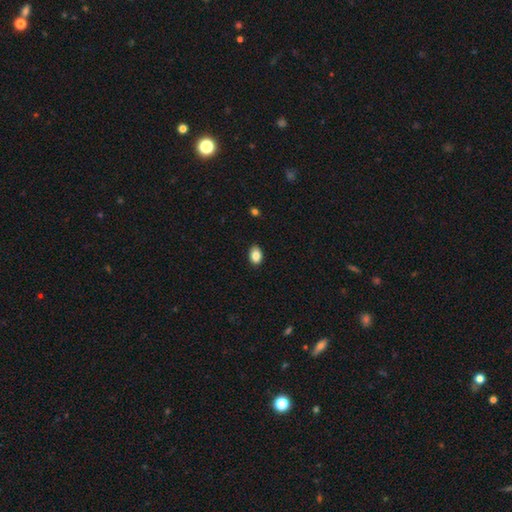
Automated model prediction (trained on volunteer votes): Smooth or featured?
  - smooth: 87% *
  - star or artifact: 8%
  - featured or disk: 5%
How rounded?
  - in between: 78% *
  - round: 21%
  - cigar-shaped: 1%
Merging?
  - none: 88% *
  - minor disturbance: 9%
  - major disturbance: 2%
  - merger: 1%